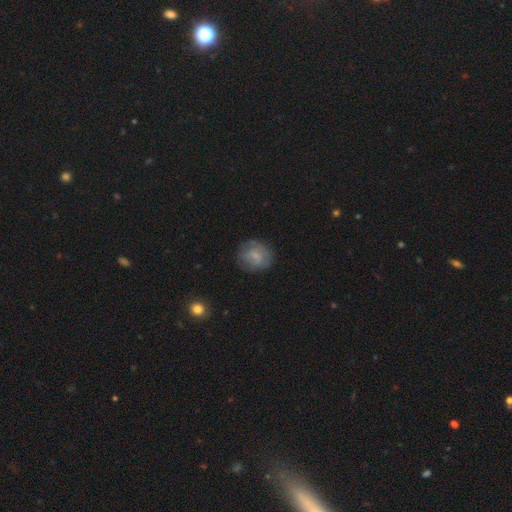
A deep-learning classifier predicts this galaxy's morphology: Overall: smooth (65%; featured or disk 27%). How rounded: round (74%). Merging: none (74%).